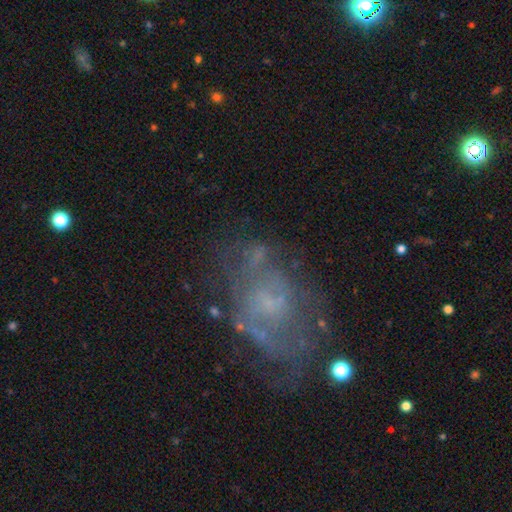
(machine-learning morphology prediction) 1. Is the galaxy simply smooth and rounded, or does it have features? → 53% featured or disk, 29% smooth, 19% star or artifact.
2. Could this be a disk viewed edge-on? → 97% no, 3% yes.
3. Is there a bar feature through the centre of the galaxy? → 76% no, 18% weak, 6% strong.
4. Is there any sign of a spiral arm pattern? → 61% no, 39% yes.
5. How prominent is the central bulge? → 49% none, 29% small, 17% moderate, 4% large, 2% dominant.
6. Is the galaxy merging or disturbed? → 45% none, 28% major disturbance, 20% minor disturbance, 7% merger.